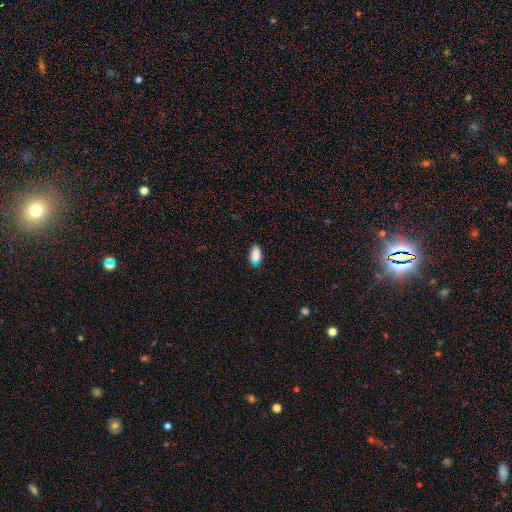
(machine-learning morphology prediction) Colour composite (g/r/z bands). It shows a smooth galaxy with no disk features (84%) that is in between round and cigar-shaped (90%). Merging: none (68%).